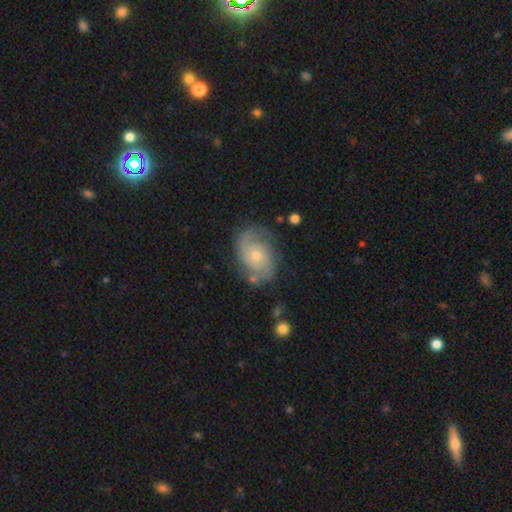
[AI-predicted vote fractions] Smooth or featured? Predicted: featured or disk (p=0.79). Edge-on disk? Predicted: no (p=0.97). Bar? Predicted: no (p=0.75). Spiral arms? Predicted: yes (p=0.93). Spiral winding? Predicted: medium (p=0.44). Spiral arm count? Predicted: 2 (p=0.76). Bulge size? Predicted: small (p=0.62). Merging? Predicted: none (p=0.71).